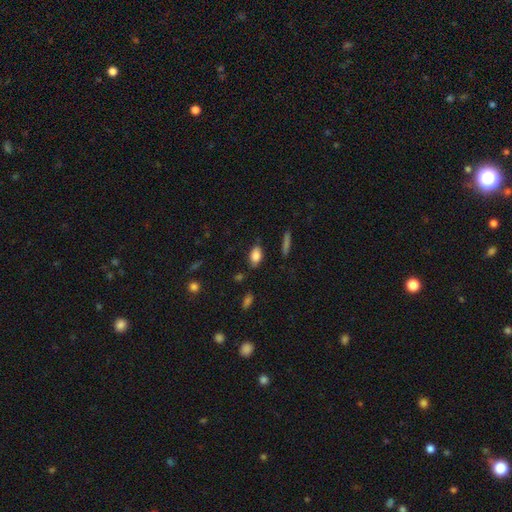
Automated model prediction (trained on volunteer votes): smooth 83%, featured or disk 9%, star or artifact 8%. Down the decision tree: how rounded — in between (89%); merging — none (78%).